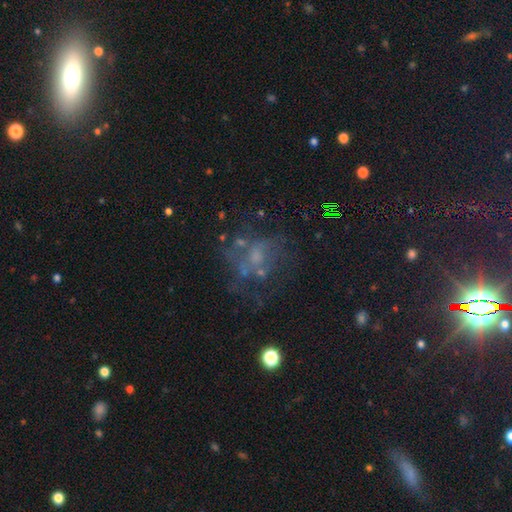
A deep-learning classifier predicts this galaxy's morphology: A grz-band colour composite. It shows a featured or disk galaxy (51%) with no bar (83%), no spiral arms (76%) and no central bulge (41%). Merging: none (46%).